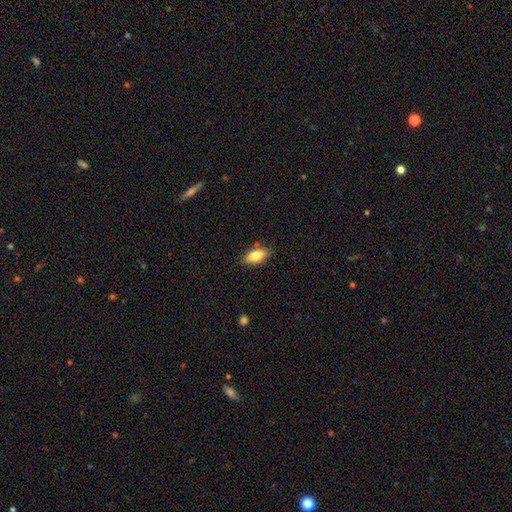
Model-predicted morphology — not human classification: type=smooth (79%); roundness=in between (85%); merging=none (81%).